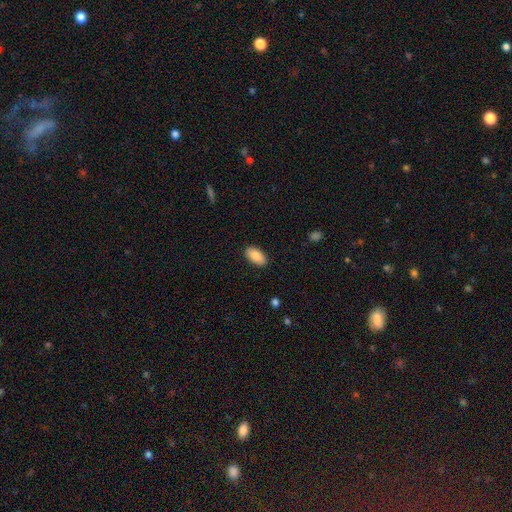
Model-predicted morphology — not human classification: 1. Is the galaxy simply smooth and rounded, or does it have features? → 88% smooth, 6% star or artifact, 5% featured or disk.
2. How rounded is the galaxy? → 95% in between, 3% cigar-shaped, 3% round.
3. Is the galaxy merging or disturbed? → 89% none, 8% minor disturbance, 2% major disturbance, 1% merger.